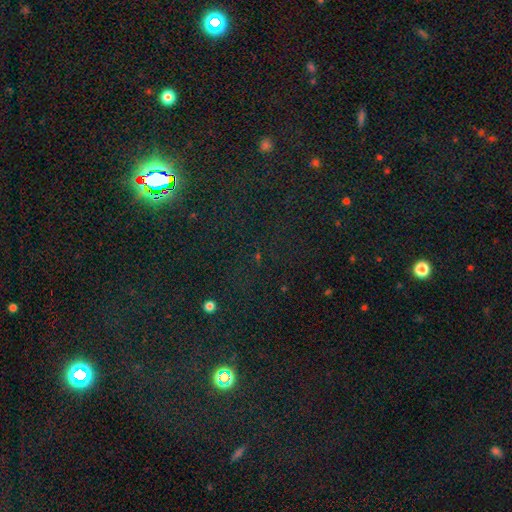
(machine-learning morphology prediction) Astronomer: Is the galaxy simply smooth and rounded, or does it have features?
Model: star or artifact — 78%.